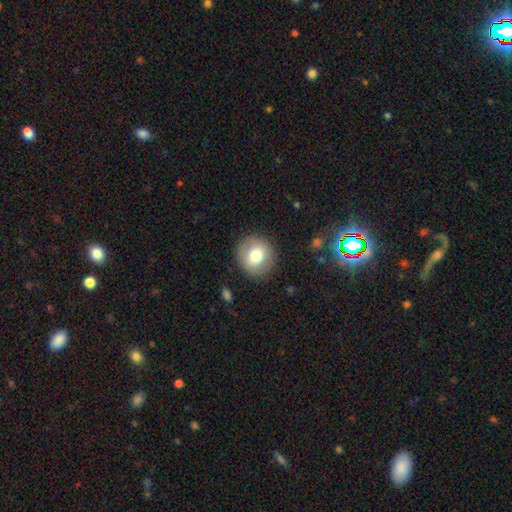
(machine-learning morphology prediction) smooth_or_featured: smooth (p=0.73) [alt: featured or disk p=0.19]
how_rounded: round (p=0.91) [alt: in between p=0.08]
merging: none (p=0.88) [alt: minor disturbance p=0.08]